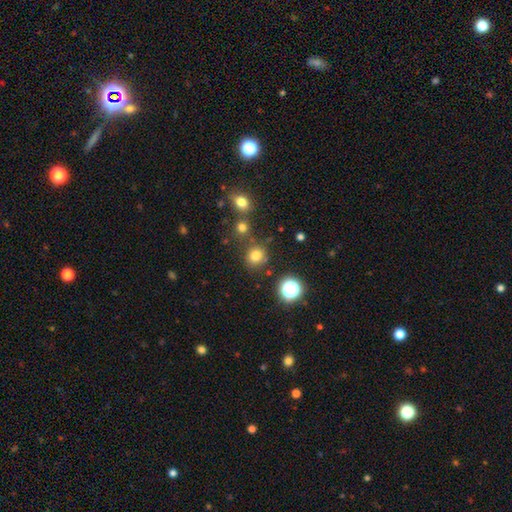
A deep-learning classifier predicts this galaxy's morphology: This appears to be a smooth galaxy with no disk features (75%) that is round (85%). Merging: none (78%).